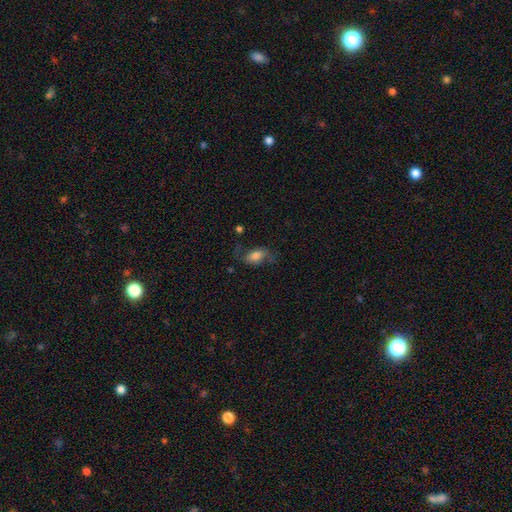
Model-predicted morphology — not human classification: Smooth or featured: smooth — 60% (featured or disk — 30%)
How rounded: in between — 88% (round — 9%)
Merging: none — 57% (minor disturbance — 23%)